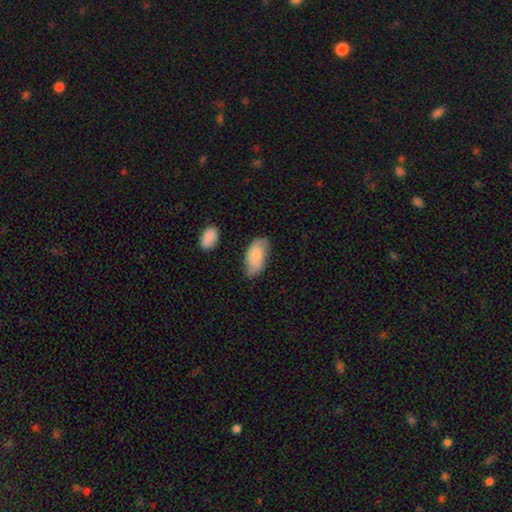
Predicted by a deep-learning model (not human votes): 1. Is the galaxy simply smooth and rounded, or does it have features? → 68% smooth, 26% featured or disk, 6% star or artifact.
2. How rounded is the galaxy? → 94% in between, 3% cigar-shaped, 3% round.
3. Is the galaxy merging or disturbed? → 67% none, 24% minor disturbance, 5% major disturbance, 3% merger.